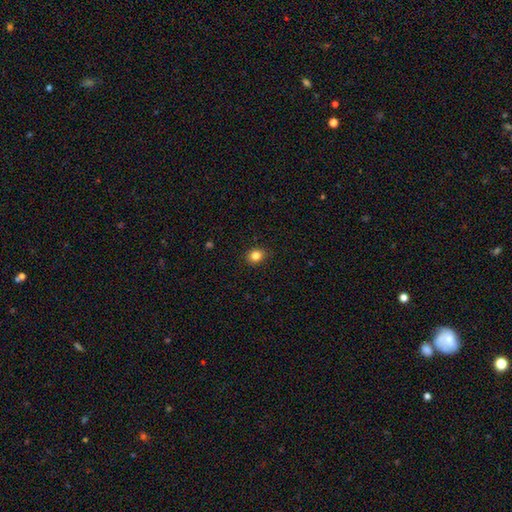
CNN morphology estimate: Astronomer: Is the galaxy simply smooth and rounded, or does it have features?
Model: smooth — 84%.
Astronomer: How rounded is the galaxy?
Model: round — 61% (runner-up: in between, 38%).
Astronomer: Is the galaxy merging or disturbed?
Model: none — 89%.